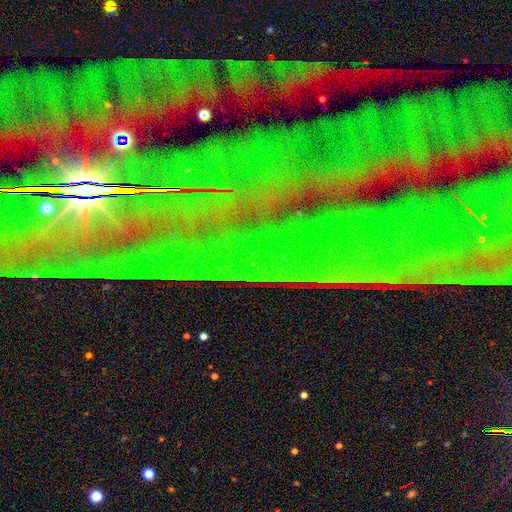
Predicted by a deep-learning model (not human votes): smooth_or_featured: star or artifact (p=0.84) [alt: featured or disk p=0.10]